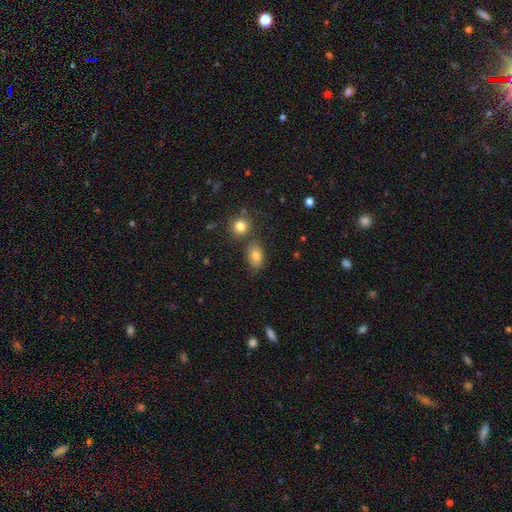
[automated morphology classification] Smooth or featured: smooth — 79% (featured or disk — 10%)
How rounded: in between — 84% (round — 14%)
Merging: none — 73% (minor disturbance — 12%)